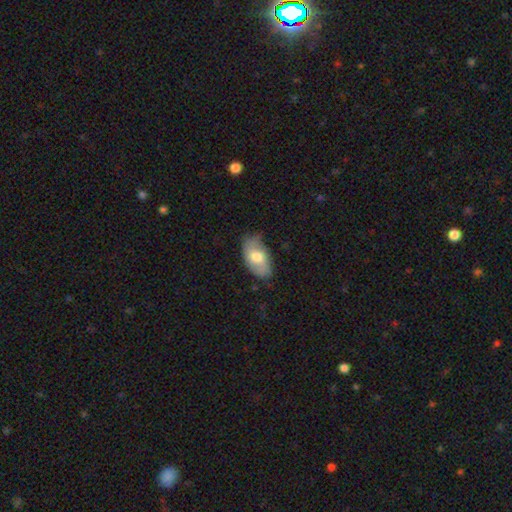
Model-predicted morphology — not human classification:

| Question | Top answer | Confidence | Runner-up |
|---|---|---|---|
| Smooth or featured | smooth | 68% | featured or disk (26%) |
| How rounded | in between | 93% | round (5%) |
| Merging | none | 66% | minor disturbance (27%) |